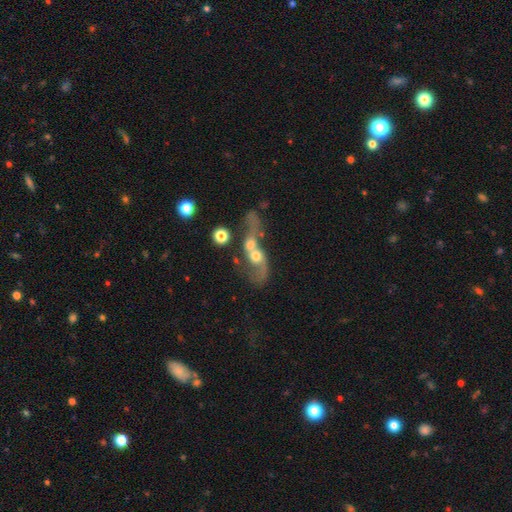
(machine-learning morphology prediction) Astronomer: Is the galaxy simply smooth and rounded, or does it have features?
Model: featured or disk — 49% (runner-up: smooth, 41%).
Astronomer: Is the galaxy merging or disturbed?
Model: merger — 73%.